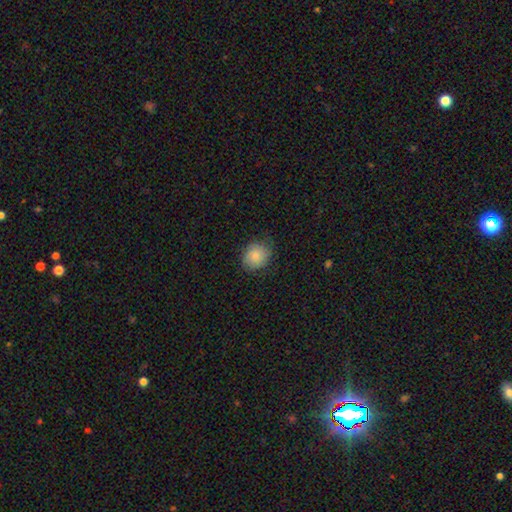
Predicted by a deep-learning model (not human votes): A smooth galaxy with no disk features (83%) that is round (71%). Merging: none (75%).